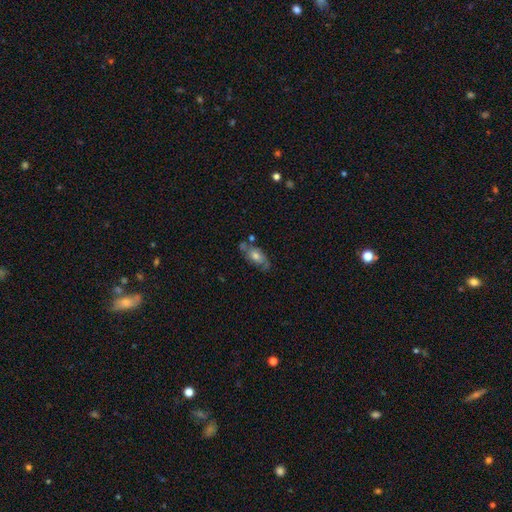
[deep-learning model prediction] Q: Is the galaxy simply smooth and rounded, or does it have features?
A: featured or disk — 51%.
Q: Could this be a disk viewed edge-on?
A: no — 85%.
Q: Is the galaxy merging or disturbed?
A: none — 59%.